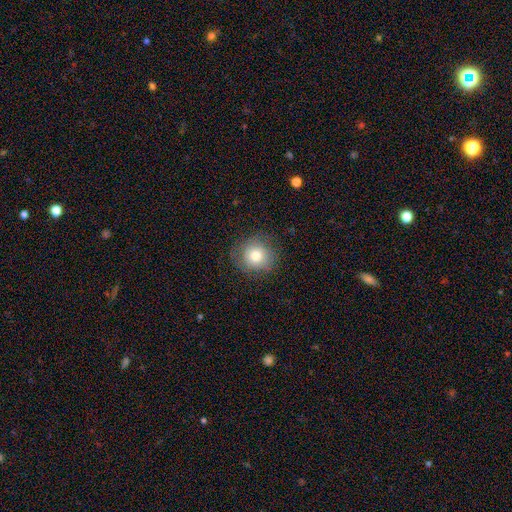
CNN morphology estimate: Q: Smooth or featured?
A: smooth (75%); runner-up: featured or disk (15%)
Q: How rounded?
A: round (89%); runner-up: in between (11%)
Q: Merging?
A: none (77%); runner-up: minor disturbance (15%)